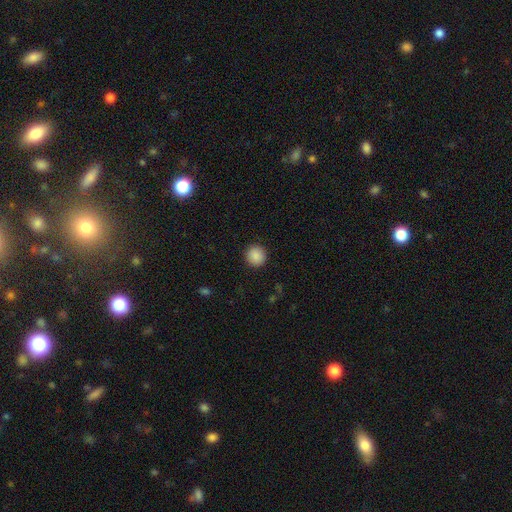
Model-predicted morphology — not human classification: The model was most divided on "smooth or featured": smooth: 88%, star or artifact: 9%, featured or disk: 3%. More confident: how rounded — round (95%); merging — none (92%).